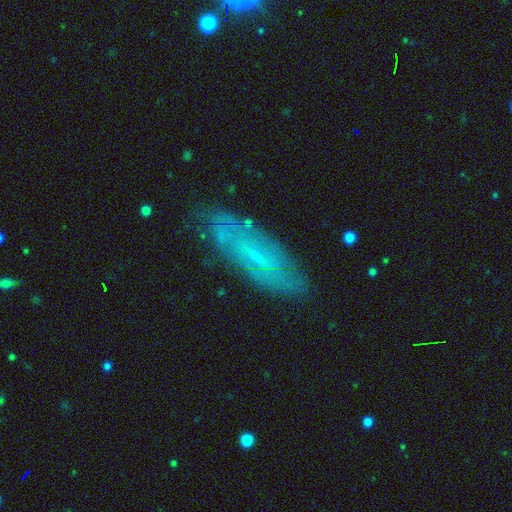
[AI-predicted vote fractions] Morphology: type=featured or disk (65%); edge-on=no (78%); bar=weak (47%); spiral arms=yes (68%); bulge=small (72%); merging=none (78%).